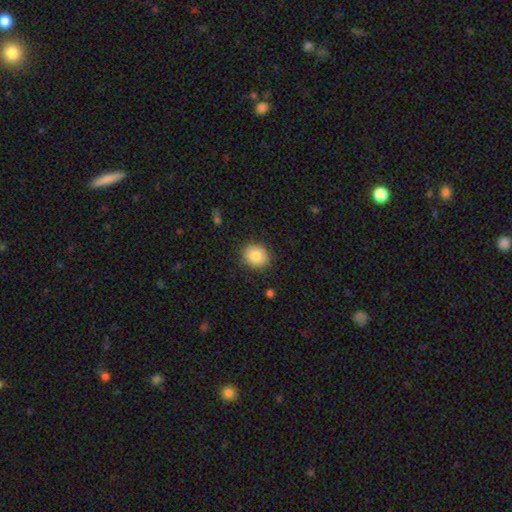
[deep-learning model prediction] smooth_or_featured: smooth (p=0.85) [alt: star or artifact p=0.08]
how_rounded: round (p=0.71) [alt: in between p=0.28]
merging: none (p=0.87) [alt: minor disturbance p=0.10]